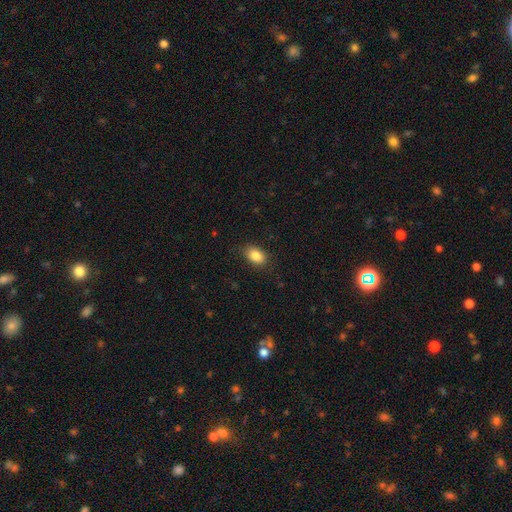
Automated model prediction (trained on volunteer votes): smooth_or_featured: smooth (p=0.86) [alt: star or artifact p=0.08]
how_rounded: in between (p=0.86) [alt: round p=0.13]
merging: none (p=0.84) [alt: minor disturbance p=0.12]